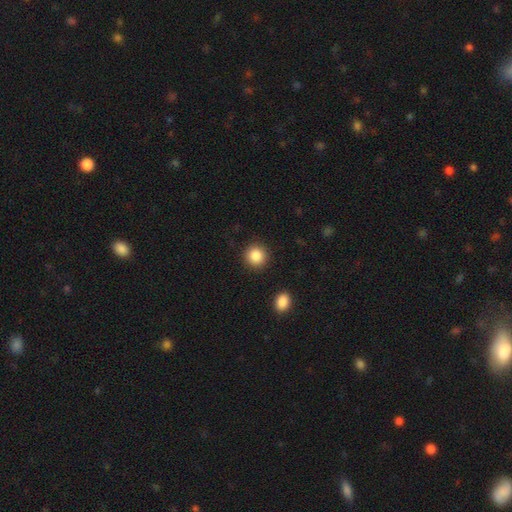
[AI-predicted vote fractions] Overall: smooth (86%). How rounded: round (93%). Merging: none (90%).